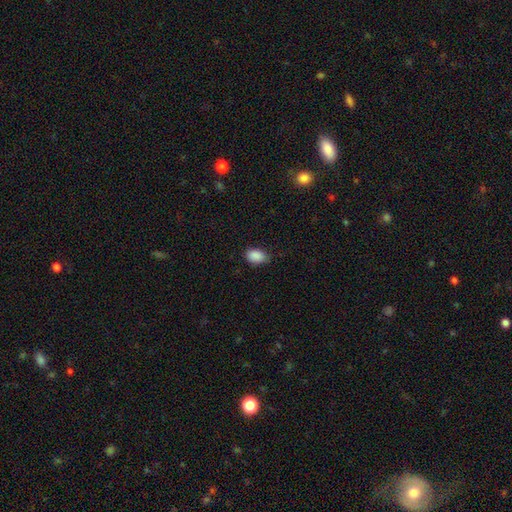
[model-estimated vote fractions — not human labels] Smooth or featured? Predicted: smooth (p=0.89). How rounded? Predicted: in between (p=0.87). Merging? Predicted: none (p=0.75).